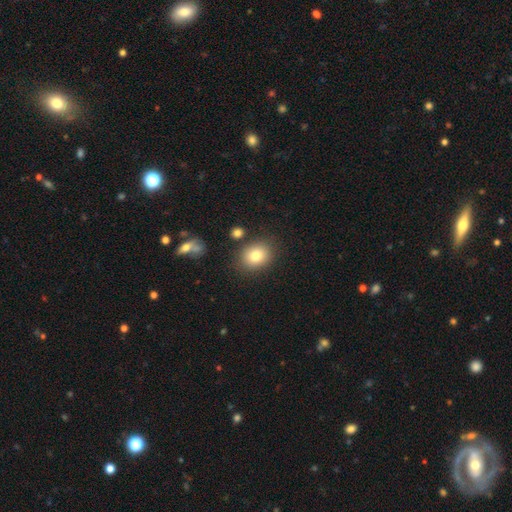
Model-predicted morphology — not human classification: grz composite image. It shows a smooth galaxy with no disk features (82%) that is in between round and cigar-shaped (50%). Merging: none (81%).